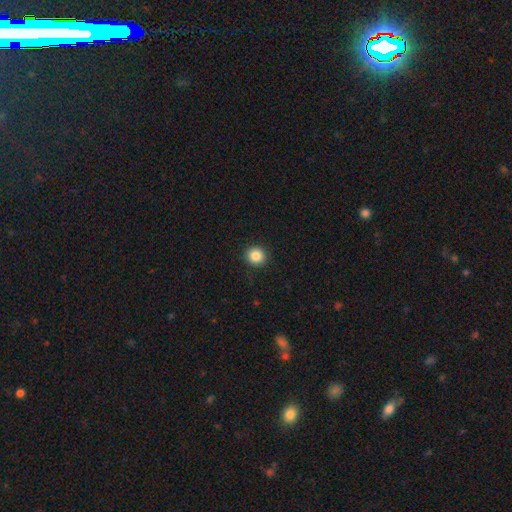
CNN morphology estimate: smooth 86%, star or artifact 9%, featured or disk 4%. Down the decision tree: how rounded — round (89%); merging — none (92%).